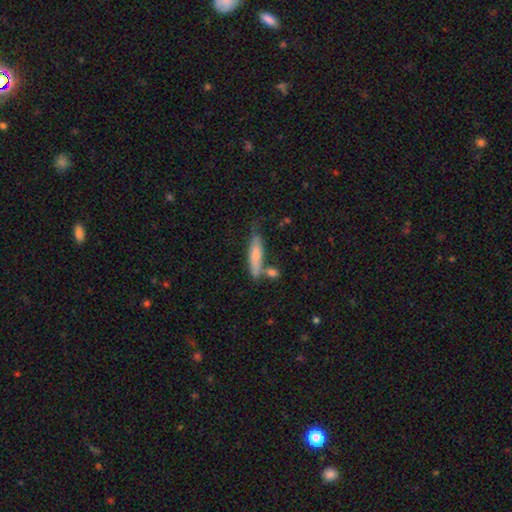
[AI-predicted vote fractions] This appears to be a smooth galaxy with no disk features (67%) that is cigar-shaped (74%). Merging: none (56%).